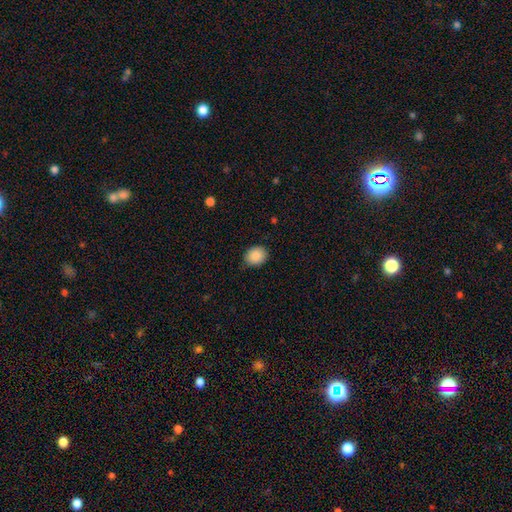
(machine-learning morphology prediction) type=smooth (88%); roundness=round (66%); merging=none (84%).